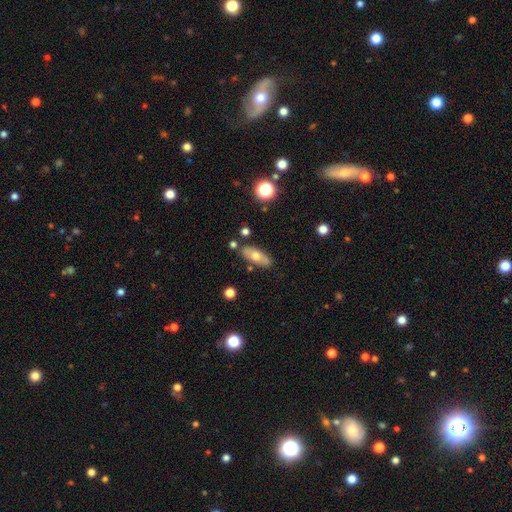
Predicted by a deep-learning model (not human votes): smooth 61%, featured or disk 32%, star or artifact 7%. Down the decision tree: how rounded — in between (75%); merging — none (80%).